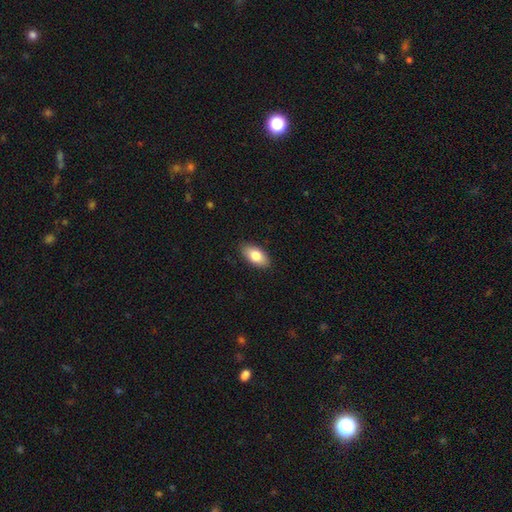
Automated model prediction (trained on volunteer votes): This appears to be a smooth galaxy with no disk features (82%) that is in between round and cigar-shaped (92%). Merging: none (88%).